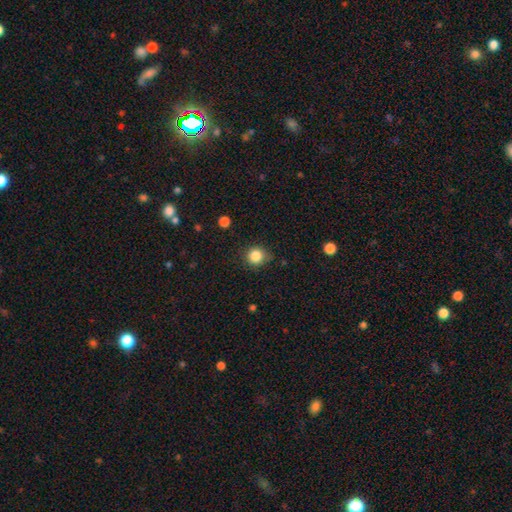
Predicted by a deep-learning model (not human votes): Smooth or featured?
  - smooth: 85% *
  - star or artifact: 11%
  - featured or disk: 4%
How rounded?
  - round: 90% *
  - in between: 9%
  - cigar-shaped: 1%
Merging?
  - none: 80% *
  - minor disturbance: 15%
  - major disturbance: 3%
  - merger: 2%